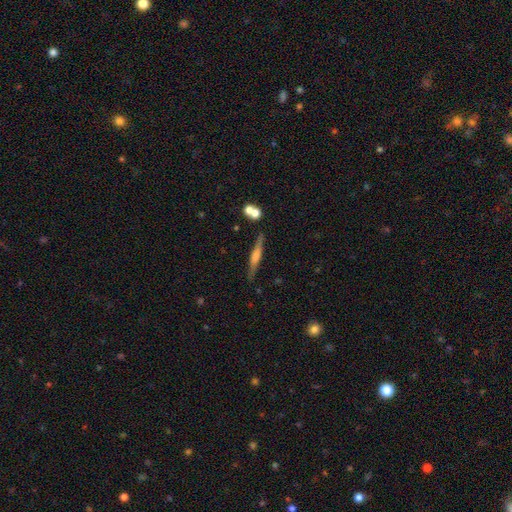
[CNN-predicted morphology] Overall: featured or disk (64%; smooth 28%). Edge-on disk: yes (97%). Edge-on bulge: rounded (61%; boxy 27%). Merging: none (83%).